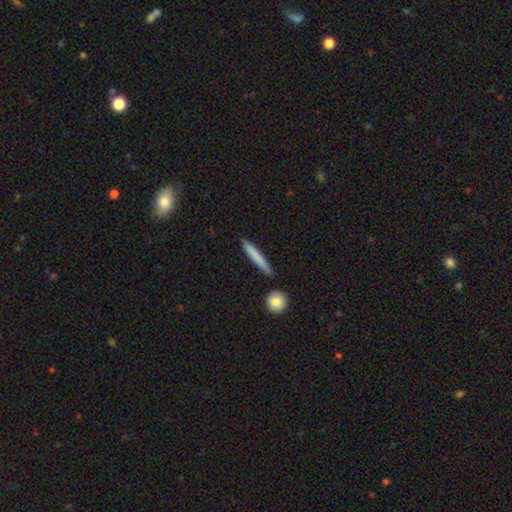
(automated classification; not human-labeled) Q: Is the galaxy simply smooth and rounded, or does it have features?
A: smooth — 76%.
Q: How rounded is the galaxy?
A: cigar-shaped — 94%.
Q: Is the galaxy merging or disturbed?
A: none — 86%.